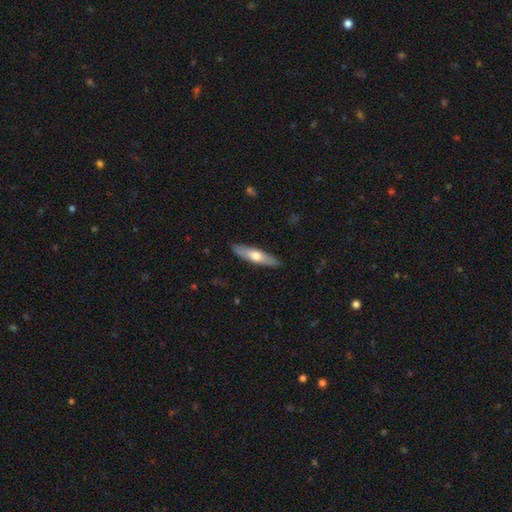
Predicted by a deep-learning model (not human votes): Q: Smooth or featured?
A: smooth (55%); runner-up: featured or disk (40%)
Q: How rounded?
A: cigar-shaped (75%); runner-up: in between (24%)
Q: Merging?
A: none (89%); runner-up: minor disturbance (8%)